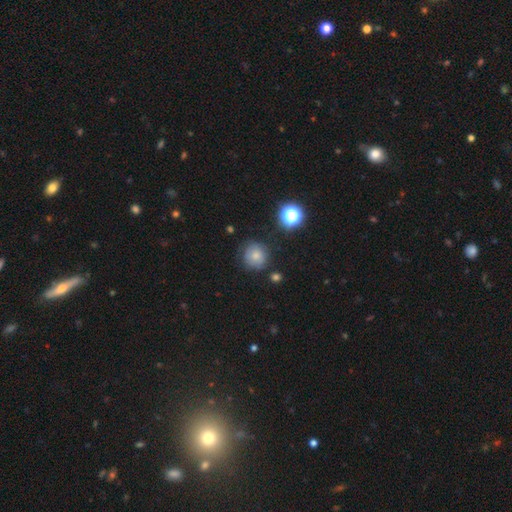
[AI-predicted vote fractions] Overall: smooth (74%). How rounded: round (91%). Merging: none (77%).